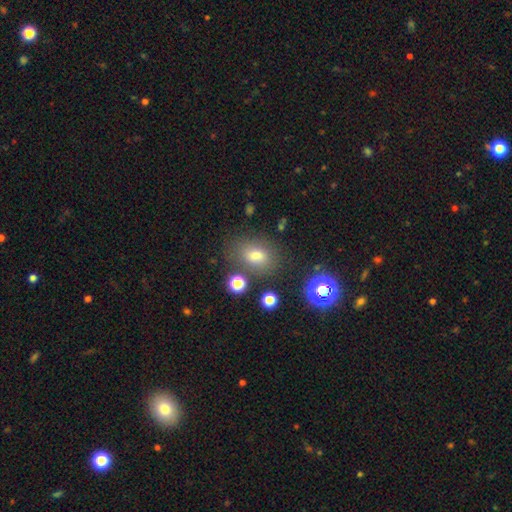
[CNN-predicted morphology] Q: Smooth or featured?
A: smooth (74%); runner-up: star or artifact (16%)
Q: How rounded?
A: in between (70%); runner-up: round (29%)
Q: Merging?
A: none (73%); runner-up: minor disturbance (14%)